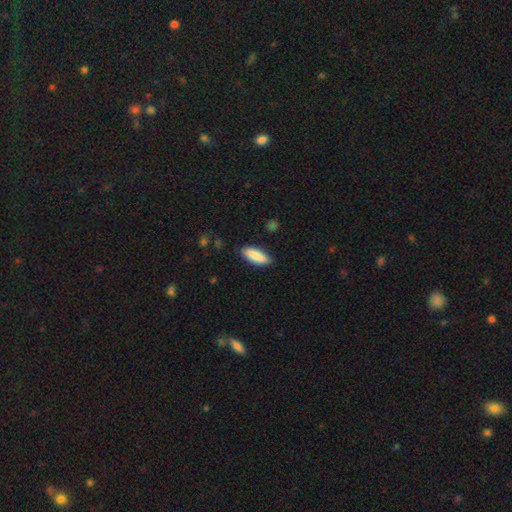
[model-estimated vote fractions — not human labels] Smooth or featured?
  - smooth: 86% *
  - featured or disk: 8%
  - star or artifact: 6%
How rounded?
  - in between: 61% *
  - cigar-shaped: 37%
  - round: 2%
Merging?
  - none: 86% *
  - minor disturbance: 11%
  - major disturbance: 2%
  - merger: 1%